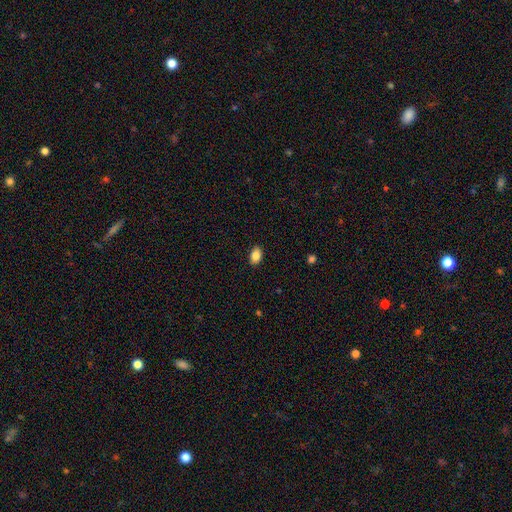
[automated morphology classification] Overall: smooth (85%). How rounded: in between (86%). Merging: none (88%).